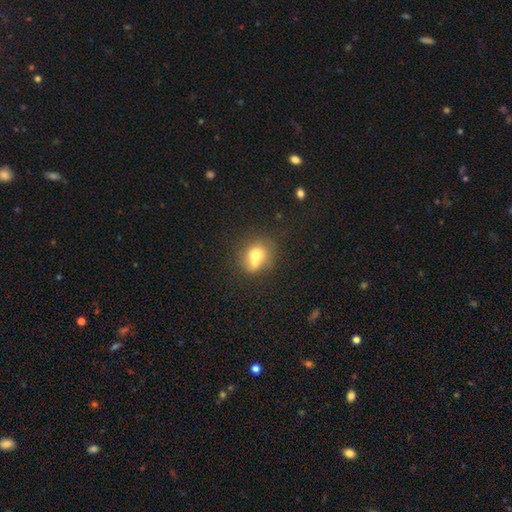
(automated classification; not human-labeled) Smooth or featured?
  - smooth: 68% *
  - featured or disk: 21%
  - star or artifact: 11%
How rounded?
  - round: 72% *
  - in between: 27%
  - cigar-shaped: 1%
Merging?
  - merger: 49% *
  - none: 37%
  - minor disturbance: 10%
  - major disturbance: 4%